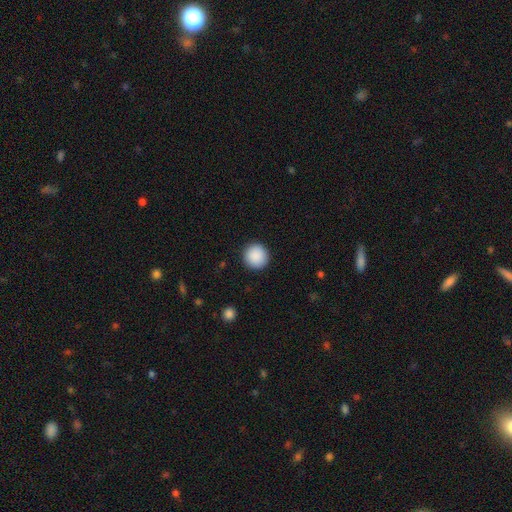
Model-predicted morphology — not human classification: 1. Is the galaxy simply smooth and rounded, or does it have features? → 90% smooth, 7% star or artifact, 3% featured or disk.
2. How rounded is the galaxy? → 96% round, 3% in between, 1% cigar-shaped.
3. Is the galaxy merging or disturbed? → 92% none, 5% minor disturbance, 2% major disturbance, 1% merger.